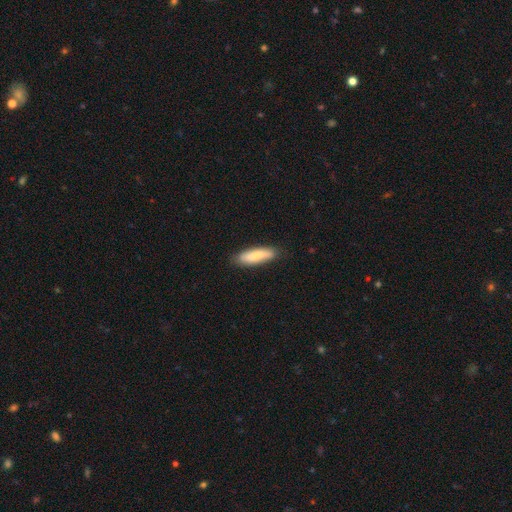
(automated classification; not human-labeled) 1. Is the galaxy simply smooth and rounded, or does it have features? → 78% smooth, 16% featured or disk, 5% star or artifact.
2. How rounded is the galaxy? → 60% cigar-shaped, 39% in between, 2% round.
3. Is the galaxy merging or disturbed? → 82% none, 14% minor disturbance, 2% major disturbance, 1% merger.